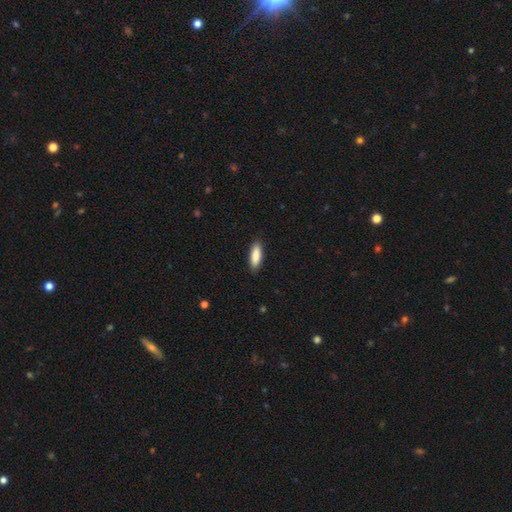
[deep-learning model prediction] smooth-or-featured: smooth: 88% | featured or disk: 6% | star or artifact: 6%
  how-rounded: in between: 59% | cigar-shaped: 39% | round: 2%
  merging: none: 89% | minor disturbance: 9% | major disturbance: 2% | merger: 1%